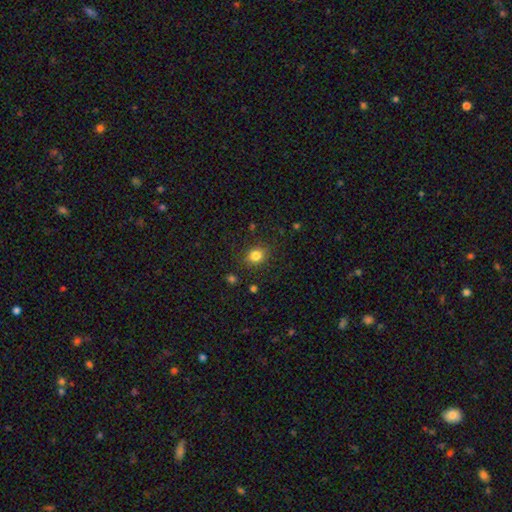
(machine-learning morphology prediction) smooth-or-featured: smooth: 83% | star or artifact: 12% | featured or disk: 6%
  how-rounded: round: 63% | in between: 36% | cigar-shaped: 1%
  merging: none: 85% | minor disturbance: 10% | major disturbance: 3% | merger: 2%